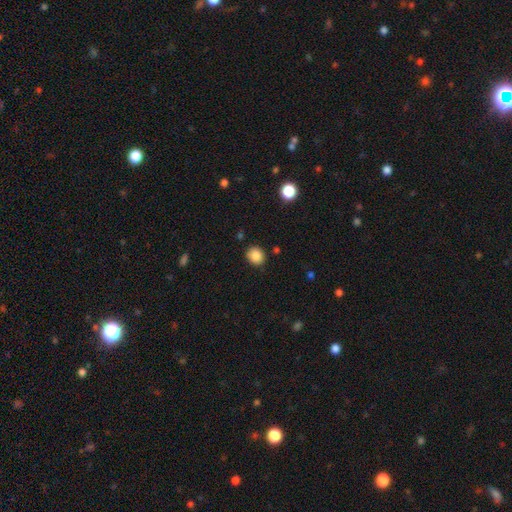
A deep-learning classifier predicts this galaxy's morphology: A smooth galaxy with no disk features (86%) that is round (72%). Merging: none (86%).